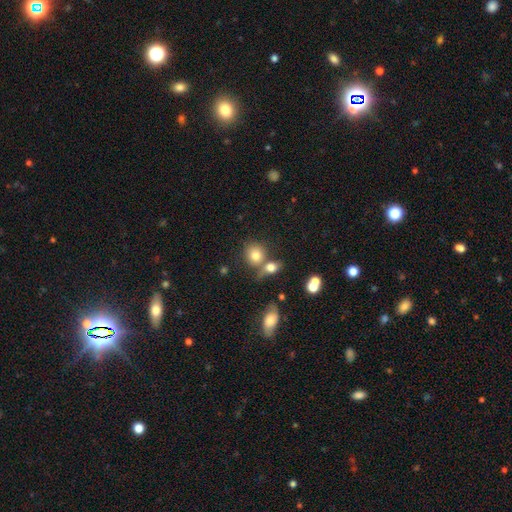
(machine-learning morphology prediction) Smooth or featured?
  - smooth: 78% *
  - star or artifact: 11%
  - featured or disk: 10%
How rounded?
  - round: 76% *
  - in between: 22%
  - cigar-shaped: 1%
Merging?
  - none: 53% *
  - merger: 32%
  - minor disturbance: 11%
  - major disturbance: 5%